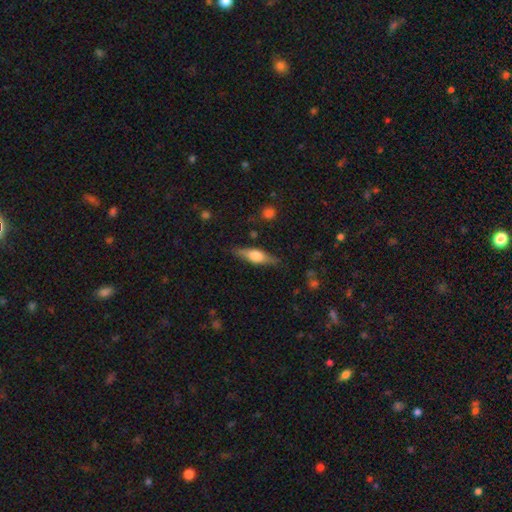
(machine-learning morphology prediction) A featured or disk galaxy (54%) viewed edge-on (94%) with a rounded central bulge (90%). Merging: none (84%).